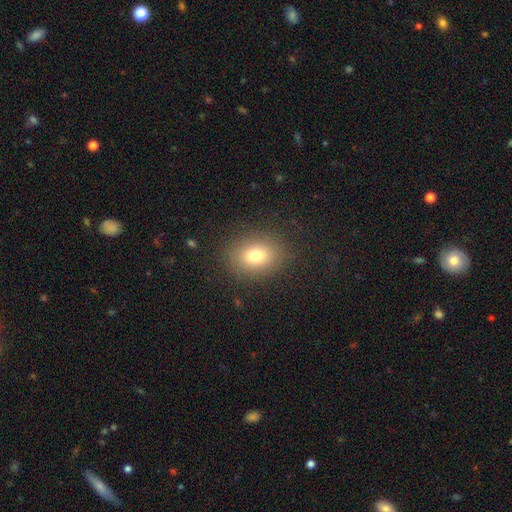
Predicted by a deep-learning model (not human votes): This is likely a smooth galaxy (77%). How rounded: possibly round (50%). Merging: clearly none (87%).